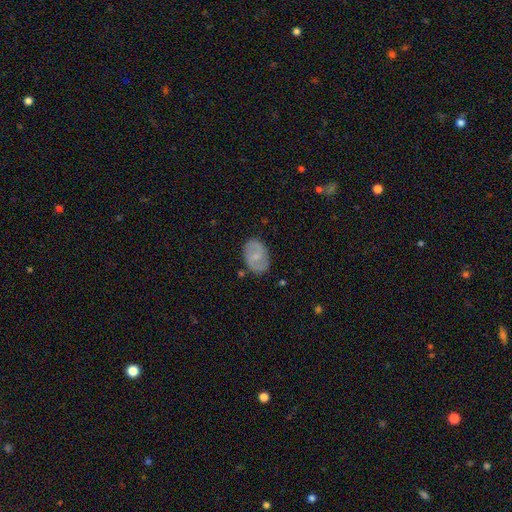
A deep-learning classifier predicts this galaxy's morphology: The model was most divided on "smooth or featured": featured or disk: 47%, smooth: 46%, star or artifact: 7%. More confident: merging — none (82%).